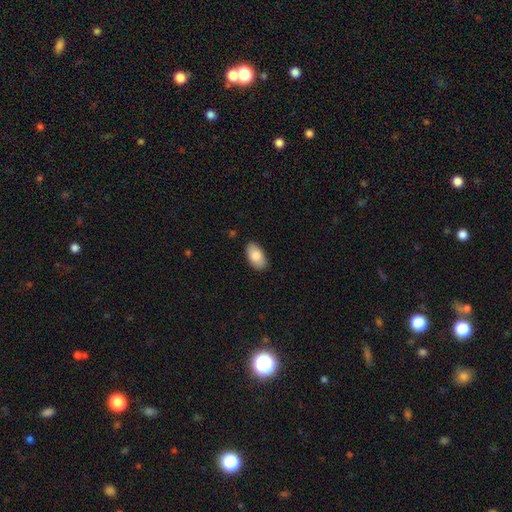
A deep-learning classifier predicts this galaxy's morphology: Smooth or featured: smooth — 84% (featured or disk — 9%)
How rounded: in between — 95% (round — 4%)
Merging: none — 86% (minor disturbance — 11%)